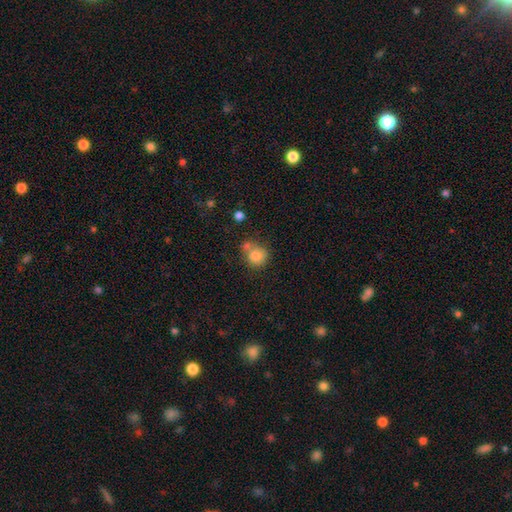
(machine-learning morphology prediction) Smooth or featured? smooth (81%)
How rounded? round (85%)
Merging? none (49%)